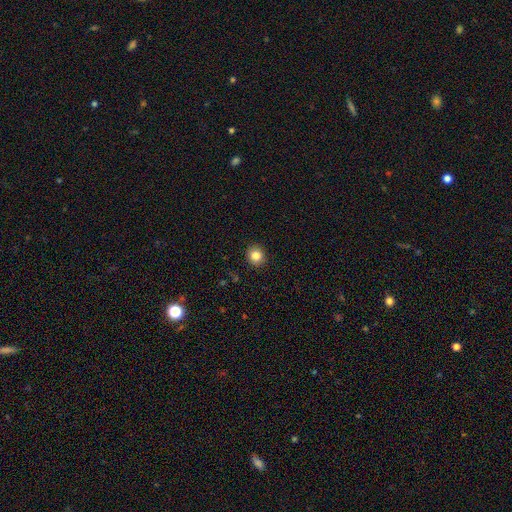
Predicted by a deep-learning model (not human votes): smooth 83%, star or artifact 11%, featured or disk 6%. Down the decision tree: how rounded — round (88%); merging — none (91%).